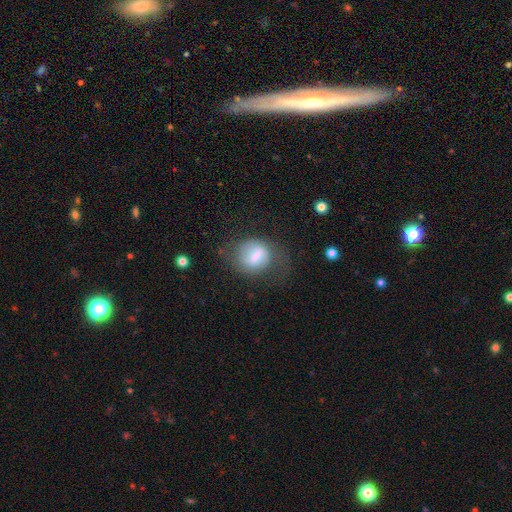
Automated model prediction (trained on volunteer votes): Smooth or featured? smooth (57%)
How rounded? round (60%)
Merging? none (44%)